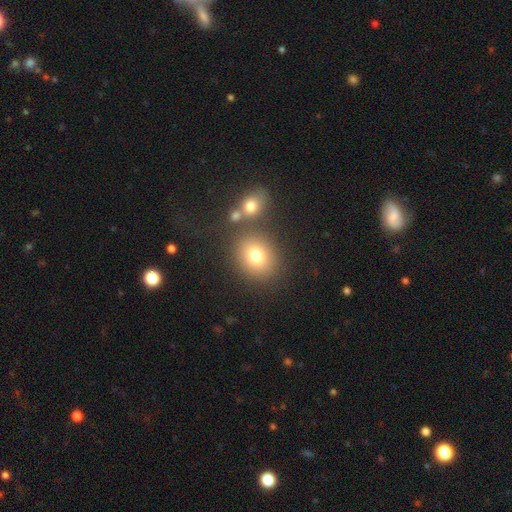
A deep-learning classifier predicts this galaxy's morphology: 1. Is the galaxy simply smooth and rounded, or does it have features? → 77% smooth, 13% star or artifact, 10% featured or disk.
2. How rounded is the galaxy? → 67% round, 32% in between, 1% cigar-shaped.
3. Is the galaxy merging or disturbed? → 73% none, 13% merger, 10% minor disturbance, 4% major disturbance.